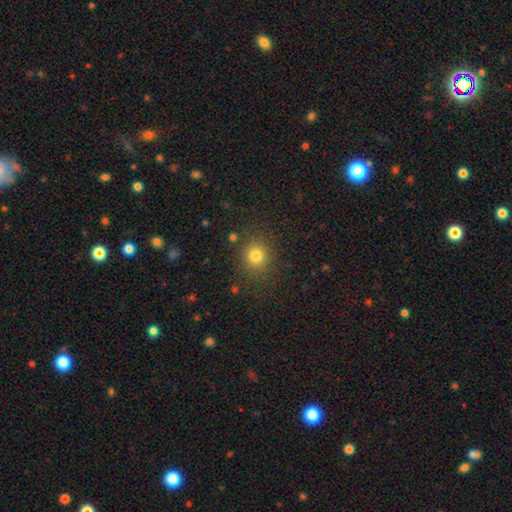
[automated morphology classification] Smooth or featured? Predicted: smooth (p=0.79). How rounded? Predicted: round (p=0.83). Merging? Predicted: none (p=0.85).